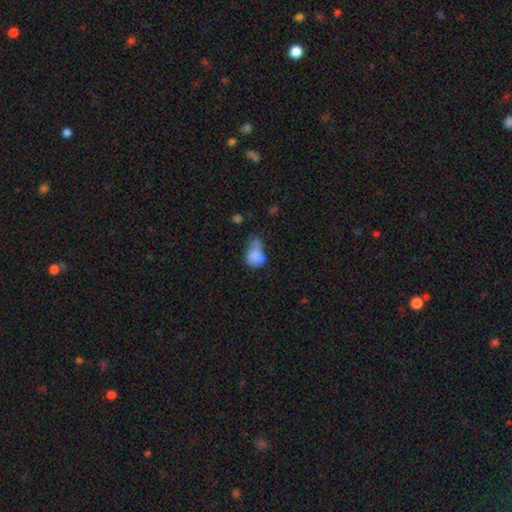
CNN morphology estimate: Q: Smooth or featured?
A: smooth (73%); runner-up: featured or disk (17%)
Q: How rounded?
A: in between (66%); runner-up: round (32%)
Q: Merging?
A: merger (33%); runner-up: minor disturbance (24%)